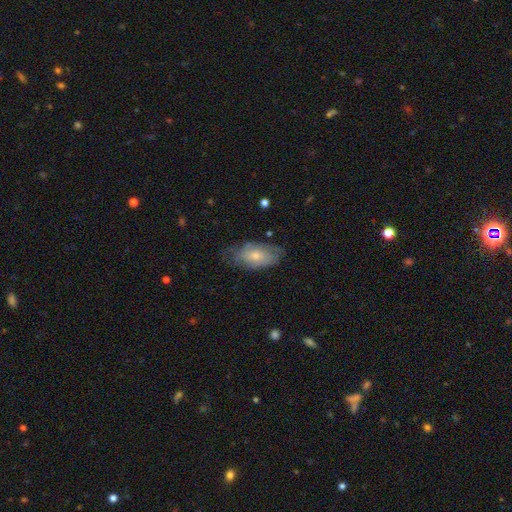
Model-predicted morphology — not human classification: Overall: smooth (59%; featured or disk 35%). How rounded: in between (92%). Merging: none (57%; minor disturbance 30%).